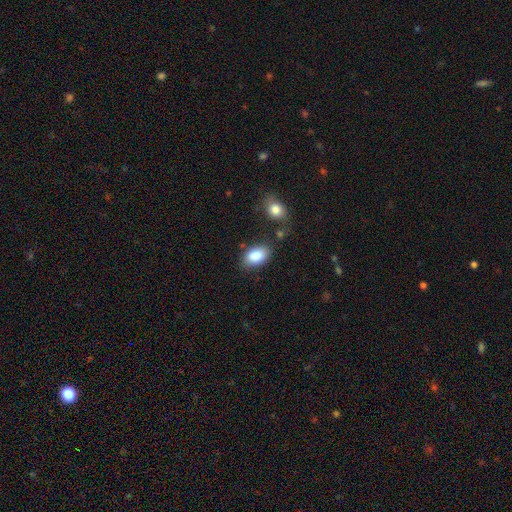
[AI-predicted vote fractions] smooth_or_featured: smooth (p=0.88) [alt: star or artifact p=0.07]
how_rounded: in between (p=0.92) [alt: round p=0.07]
merging: none (p=0.76) [alt: minor disturbance p=0.15]